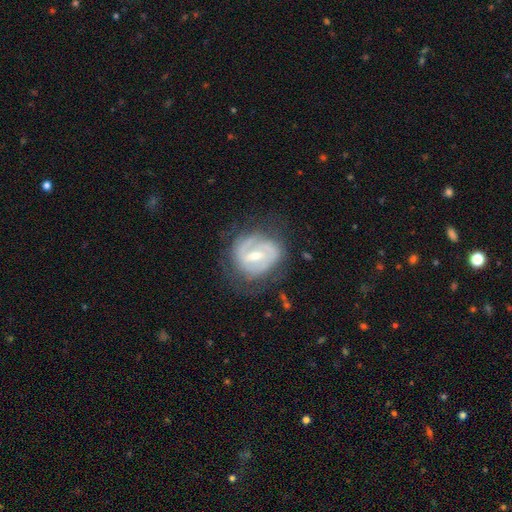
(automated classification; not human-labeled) This is clearly a featured or disk galaxy (80%). It is clearly not viewed edge-on (97%). Bar: possibly weak (52%). Spiral arm pattern: clearly yes (85%). Spiral arm count: possibly 2 (49%). Spiral winding: possibly tight (54%). Central bulge: possibly moderate (52%). Merging: likely none (62%).